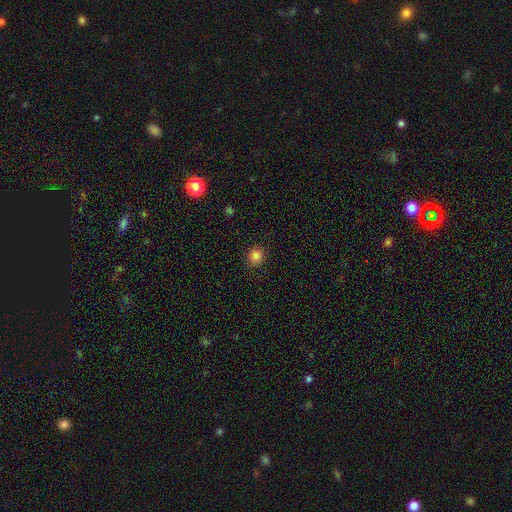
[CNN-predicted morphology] Smooth or featured: smooth — 84% (star or artifact — 12%)
How rounded: round — 83% (in between — 16%)
Merging: none — 89% (minor disturbance — 8%)